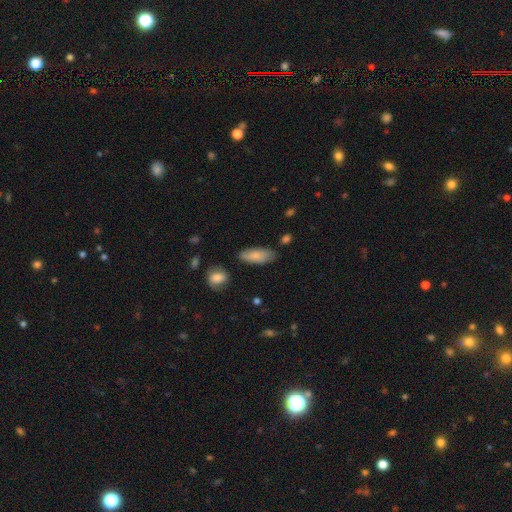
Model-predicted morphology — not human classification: smooth-or-featured: smooth: 81% | featured or disk: 12% | star or artifact: 6%
  how-rounded: in between: 77% | cigar-shaped: 20% | round: 2%
  merging: none: 77% | minor disturbance: 17% | major disturbance: 3% | merger: 3%